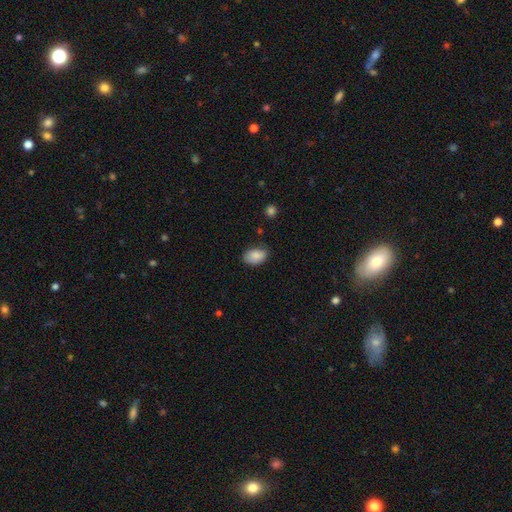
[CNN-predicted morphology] The model was most divided on "merging": none: 74%, minor disturbance: 20%, major disturbance: 4%, merger: 2%. More confident: how rounded — in between (88%); smooth or featured — smooth (86%).